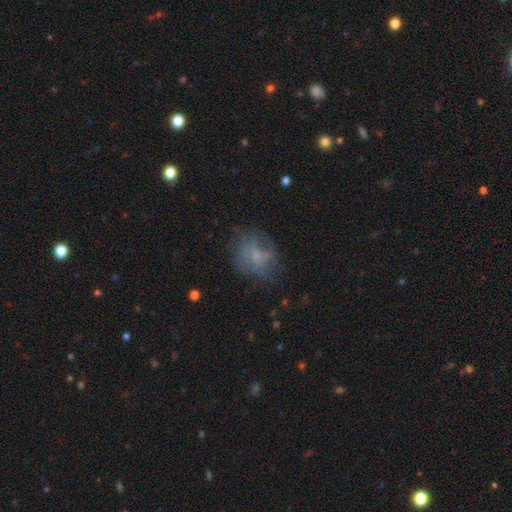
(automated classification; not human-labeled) A smooth galaxy with no disk features (51%) that is round (61%). Merging: none (61%).